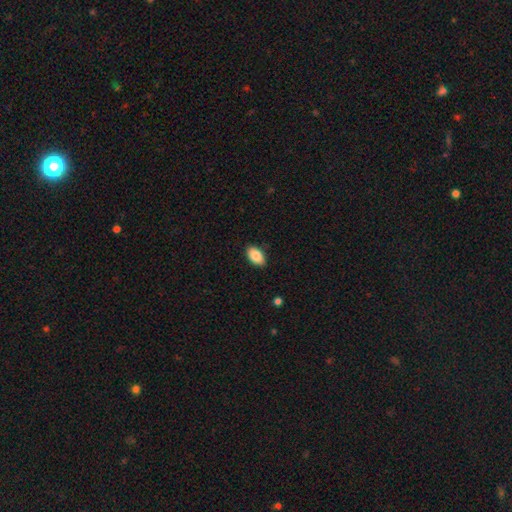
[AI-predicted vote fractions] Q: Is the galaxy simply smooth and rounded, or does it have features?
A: smooth — 87%.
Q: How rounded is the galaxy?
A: in between — 93%.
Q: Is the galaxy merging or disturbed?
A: none — 88%.